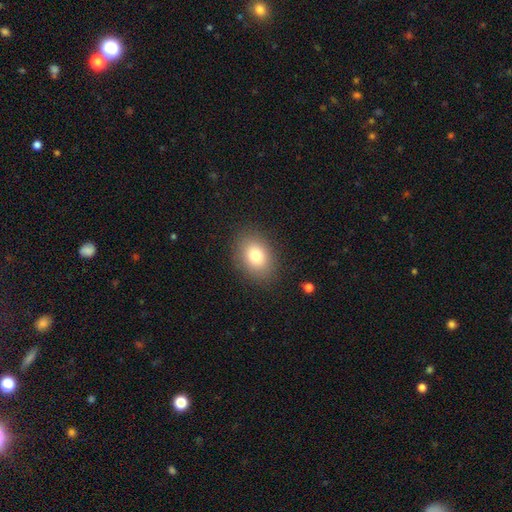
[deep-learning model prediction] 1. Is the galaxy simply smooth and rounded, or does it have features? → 79% smooth, 11% featured or disk, 10% star or artifact.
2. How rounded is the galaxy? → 70% in between, 29% round, 1% cigar-shaped.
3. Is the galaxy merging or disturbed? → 87% none, 9% minor disturbance, 3% major disturbance, 1% merger.